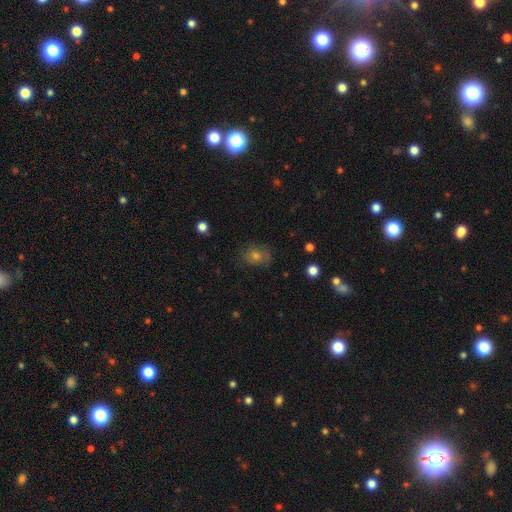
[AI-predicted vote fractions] This appears to be a smooth galaxy with no disk features (57%) that is round (52%). Merging: none (72%).